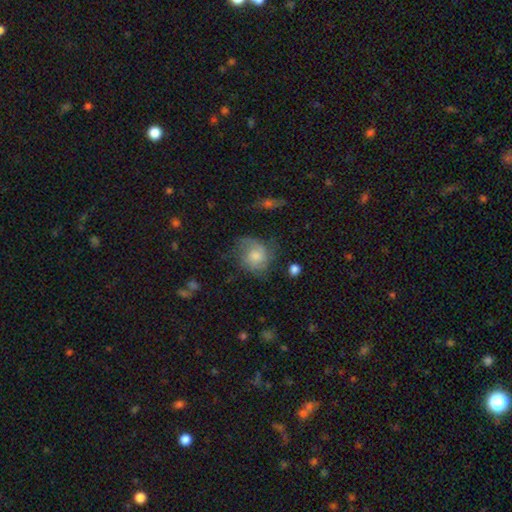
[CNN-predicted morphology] smooth-or-featured: featured or disk: 46% | smooth: 44% | star or artifact: 10%
  merging: none: 56% | minor disturbance: 25% | major disturbance: 17% | merger: 2%